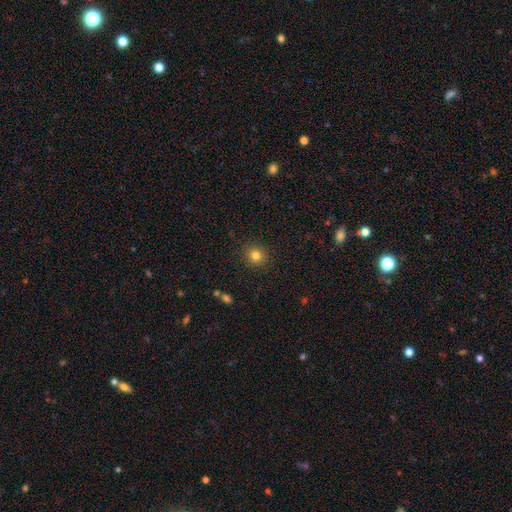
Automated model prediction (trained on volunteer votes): Smooth or featured?
  - smooth: 81% *
  - star or artifact: 12%
  - featured or disk: 6%
How rounded?
  - round: 90% *
  - in between: 9%
  - cigar-shaped: 1%
Merging?
  - none: 90% *
  - minor disturbance: 6%
  - major disturbance: 2%
  - merger: 1%